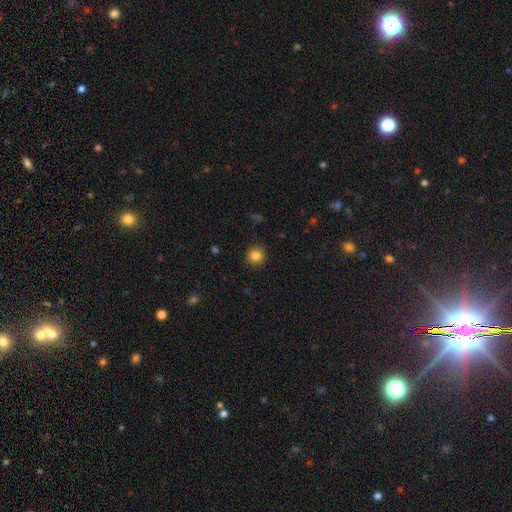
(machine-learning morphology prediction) Smooth or featured? smooth (83%)
How rounded? round (90%)
Merging? none (90%)